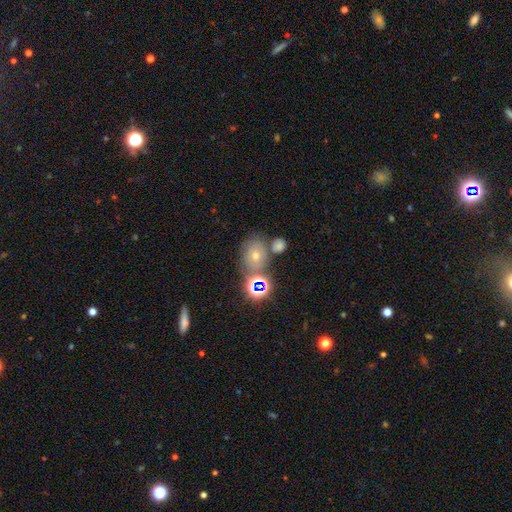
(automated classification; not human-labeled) smooth 38%, star or artifact 37%, featured or disk 25%. Down the decision tree: merging — none (63%).